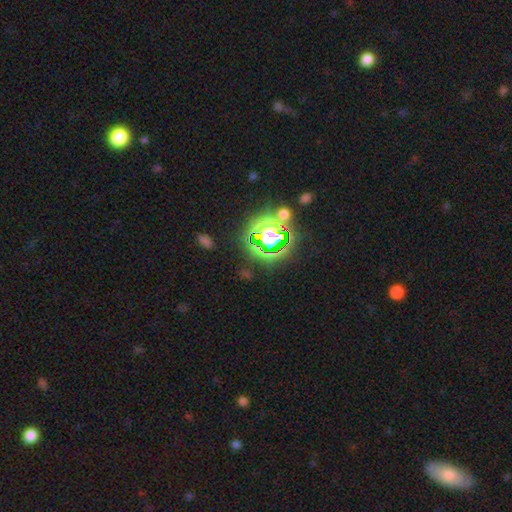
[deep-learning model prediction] star or artifact 79%, smooth 14%, featured or disk 7%.